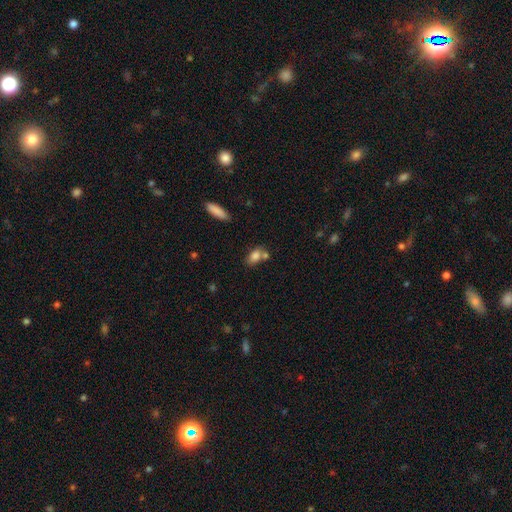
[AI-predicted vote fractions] Morphology: type=smooth (82%); roundness=in between (85%); merging=none (51%).